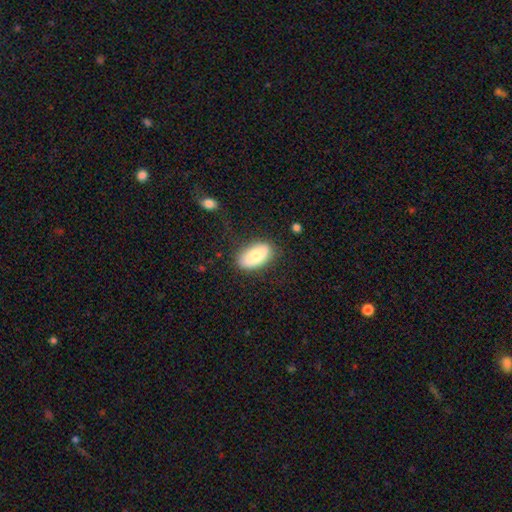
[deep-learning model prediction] Smooth or featured?
  - smooth: 73% *
  - featured or disk: 21%
  - star or artifact: 6%
How rounded?
  - in between: 93% *
  - round: 4%
  - cigar-shaped: 3%
Merging?
  - none: 77% *
  - minor disturbance: 17%
  - major disturbance: 5%
  - merger: 2%